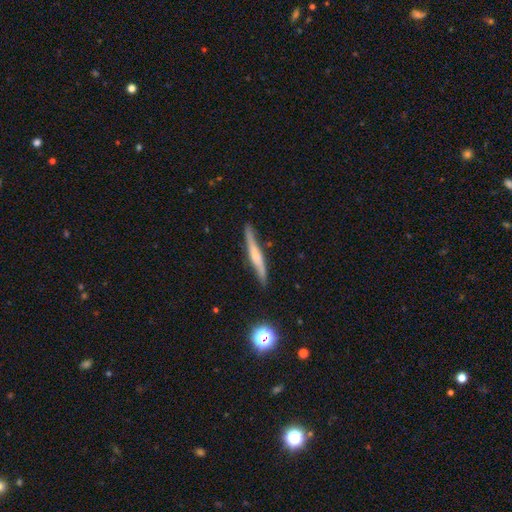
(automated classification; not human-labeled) Smooth or featured? featured or disk (56%)
Edge-on disk? yes (92%)
Edge-on bulge? rounded (52%)
Merging? none (83%)